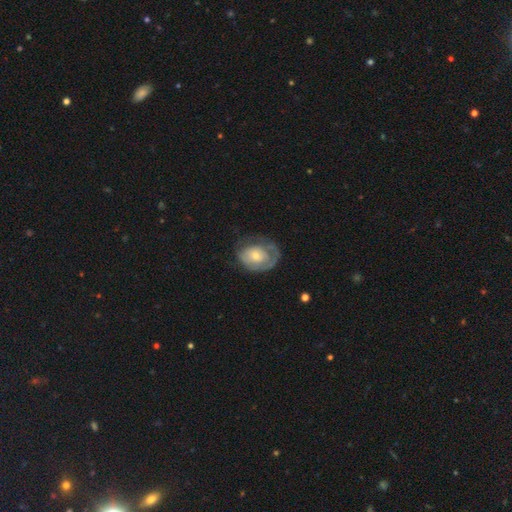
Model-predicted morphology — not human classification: This appears to be a featured or disk galaxy (55%) with no bar (84%), spiral arms (54%) and a small central bulge (55%). Merging: none (47%).